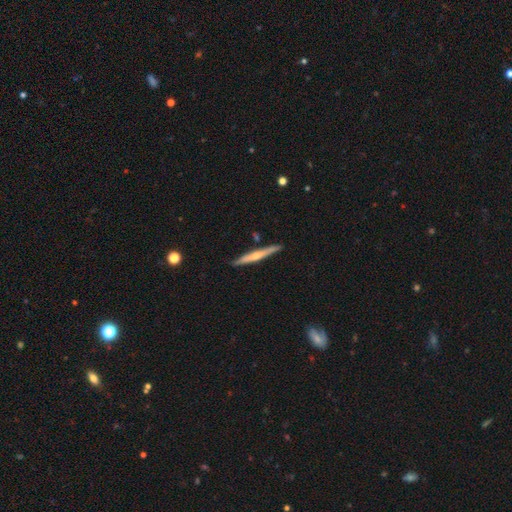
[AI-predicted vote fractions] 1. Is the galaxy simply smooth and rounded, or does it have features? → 55% featured or disk, 39% smooth, 5% star or artifact.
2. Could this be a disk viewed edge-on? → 96% yes, 4% no.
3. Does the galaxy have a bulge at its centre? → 66% rounded, 29% none, 5% boxy.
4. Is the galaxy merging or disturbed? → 87% none, 9% minor disturbance, 3% merger, 2% major disturbance.